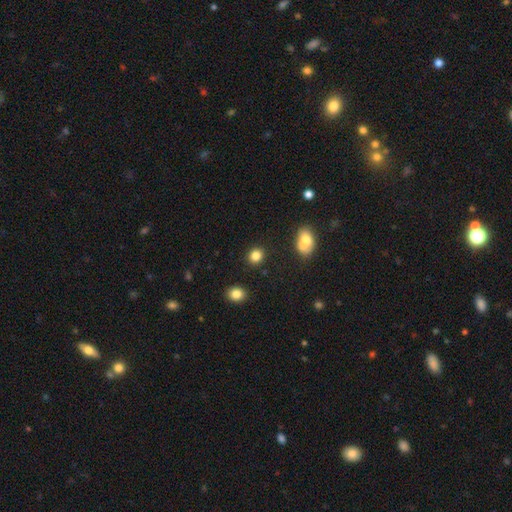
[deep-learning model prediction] This is clearly a smooth galaxy (84%). How rounded: likely round (79%). Merging: clearly none (87%).